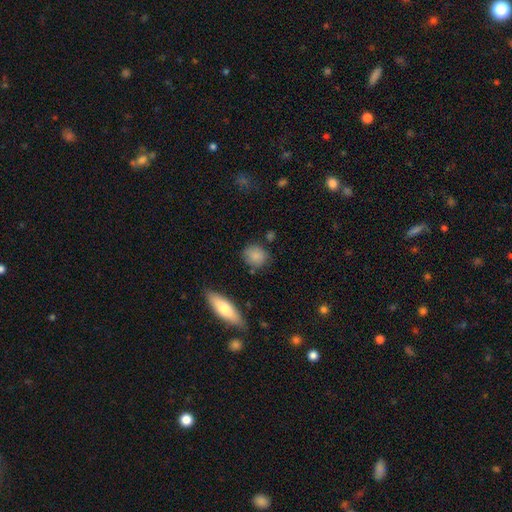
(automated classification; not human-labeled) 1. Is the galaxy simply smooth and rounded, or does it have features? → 84% smooth, 8% star or artifact, 8% featured or disk.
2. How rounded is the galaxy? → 75% round, 23% in between, 2% cigar-shaped.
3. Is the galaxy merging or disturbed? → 79% none, 14% minor disturbance, 4% merger, 4% major disturbance.